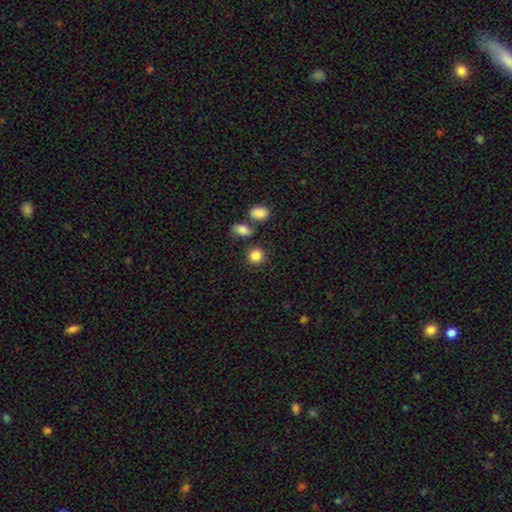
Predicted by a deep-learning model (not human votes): A smooth galaxy with no disk features (85%) that is round (87%).

Vote fractions:
- Smooth or featured? smooth: 85% / star or artifact: 10% / featured or disk: 5%
- How rounded? round: 87% / in between: 12% / cigar-shaped: 1%
- Merging? none: 81% / minor disturbance: 9% / merger: 7% / major disturbance: 3%